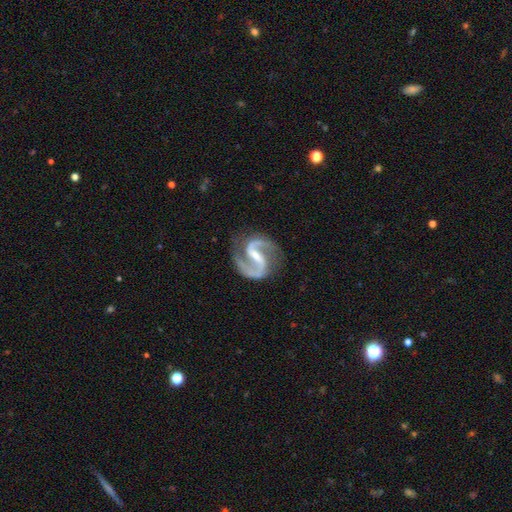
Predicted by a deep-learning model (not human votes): A featured or disk galaxy (94%) with a strong bar (52%), 2 (94%) medium (63%) spiral arms (98%) and a small central bulge (60%). Merging: none (81%).